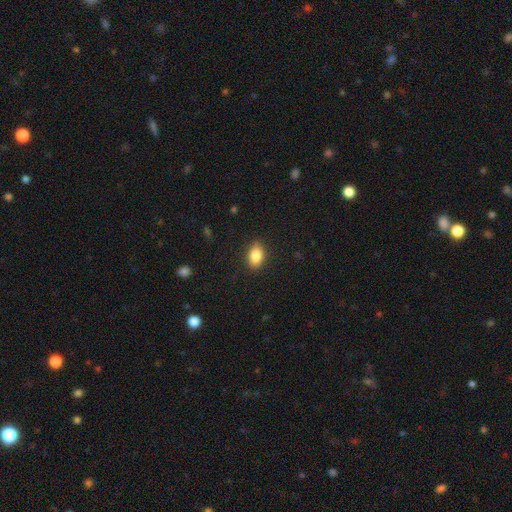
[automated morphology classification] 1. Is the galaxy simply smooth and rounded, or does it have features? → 86% smooth, 8% star or artifact, 6% featured or disk.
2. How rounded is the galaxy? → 86% in between, 12% round, 2% cigar-shaped.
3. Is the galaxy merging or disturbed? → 87% none, 10% minor disturbance, 2% major disturbance, 1% merger.